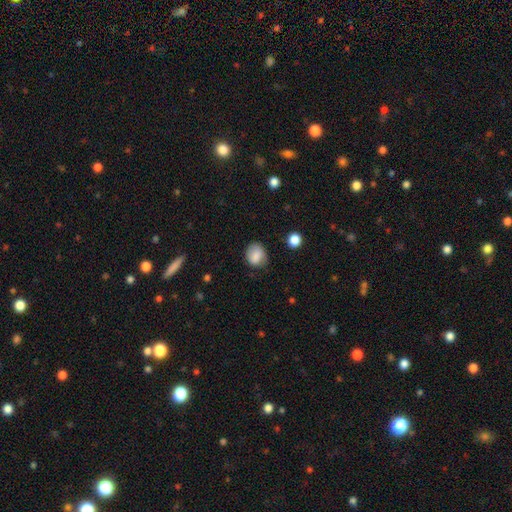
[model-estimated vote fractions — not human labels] smooth-or-featured: smooth: 80% | featured or disk: 11% | star or artifact: 9%
  how-rounded: round: 63% | in between: 36% | cigar-shaped: 1%
  merging: none: 69% | minor disturbance: 23% | major disturbance: 6% | merger: 2%